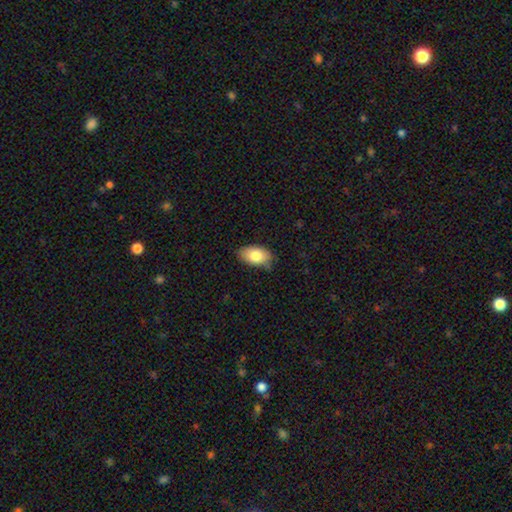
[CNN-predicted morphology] Q: Smooth or featured?
A: smooth (81%); runner-up: featured or disk (12%)
Q: How rounded?
A: in between (93%); runner-up: round (6%)
Q: Merging?
A: none (75%); runner-up: minor disturbance (20%)